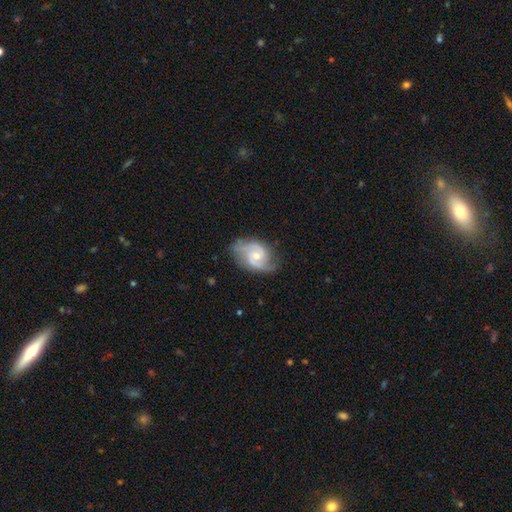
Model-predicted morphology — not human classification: smooth_or_featured: featured or disk (p=0.81) [alt: smooth p=0.14]
disk_edge_on: no (p=0.97) [alt: yes p=0.03]
bar: no (p=0.53) [alt: weak p=0.41]
has_spiral_arms: yes (p=0.95) [alt: no p=0.05]
spiral_winding: medium (p=0.52) [alt: loose p=0.24]
spiral_arm_count: 2 (p=0.84) [alt: can't tell p=0.07]
bulge_size: moderate (p=0.51) [alt: small p=0.44]
merging: none (p=0.69) [alt: minor disturbance p=0.22]